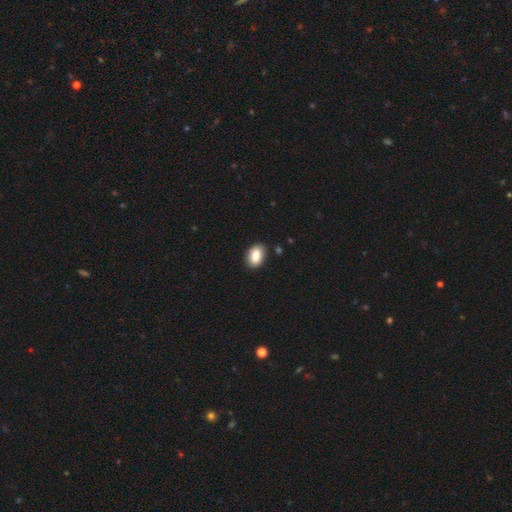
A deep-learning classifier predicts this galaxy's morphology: This is clearly a smooth galaxy (86%). How rounded: clearly in between (88%). Merging: clearly none (85%).